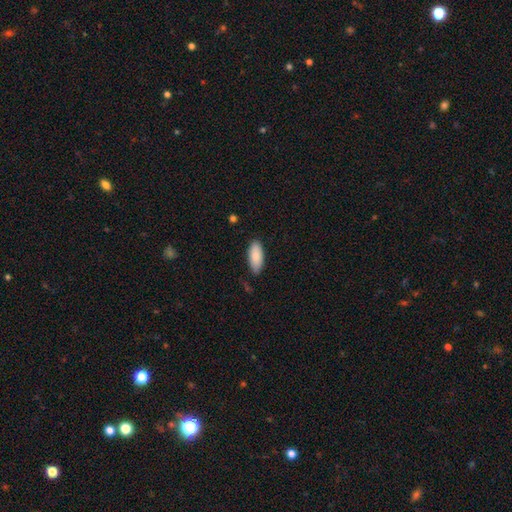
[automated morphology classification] smooth-or-featured: smooth: 85% | featured or disk: 9% | star or artifact: 6%
  how-rounded: in between: 87% | cigar-shaped: 12% | round: 2%
  merging: none: 81% | minor disturbance: 15% | major disturbance: 2% | merger: 2%